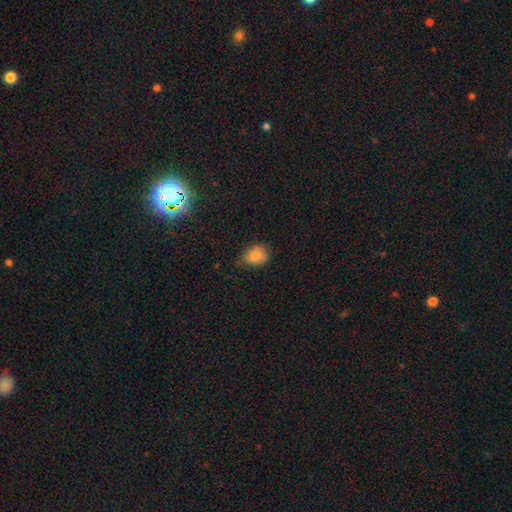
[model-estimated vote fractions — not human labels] Smooth or featured?
  - smooth: 85% *
  - star or artifact: 9%
  - featured or disk: 6%
How rounded?
  - round: 56% *
  - in between: 43%
  - cigar-shaped: 1%
Merging?
  - none: 72% *
  - minor disturbance: 23%
  - major disturbance: 4%
  - merger: 1%